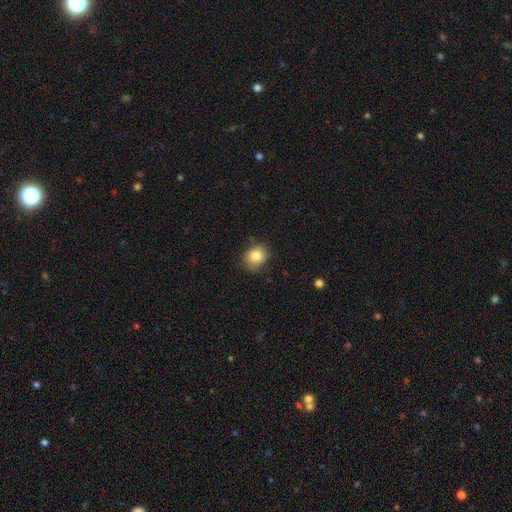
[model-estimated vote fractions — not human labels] smooth 83%, star or artifact 10%, featured or disk 7%. Down the decision tree: how rounded — round (61%); merging — none (78%).